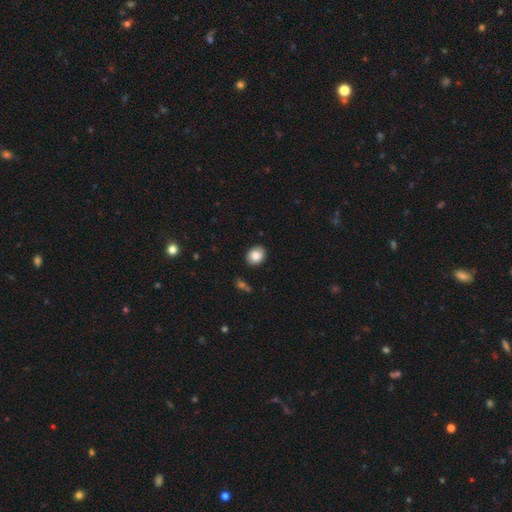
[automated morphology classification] Overall: smooth (85%). How rounded: round (53%; in between 46%). Merging: none (85%).